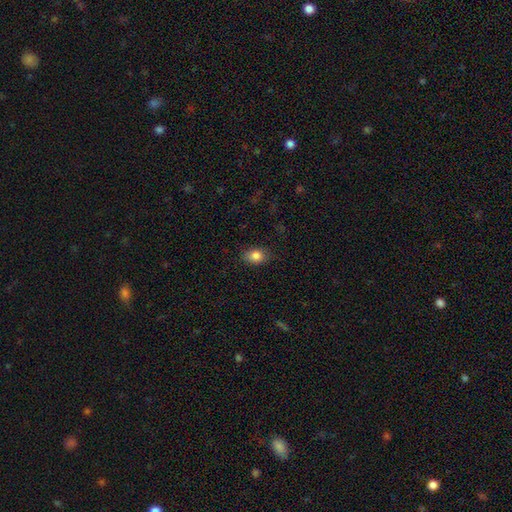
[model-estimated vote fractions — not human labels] This appears to be a smooth galaxy with no disk features (85%) that is in between round and cigar-shaped (71%). Merging: none (83%).